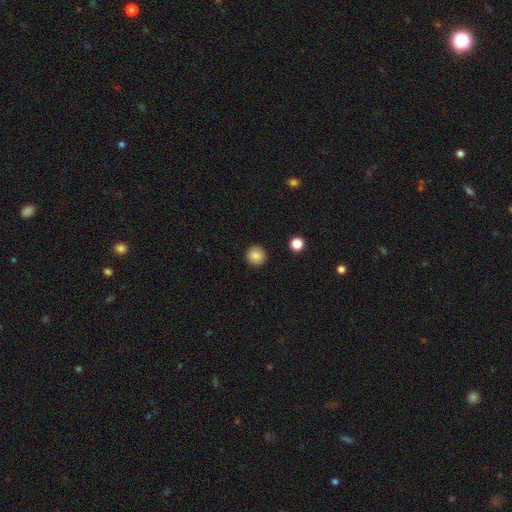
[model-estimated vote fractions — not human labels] A smooth galaxy with no disk features (86%) that is round (94%).

Vote fractions:
- Smooth or featured? smooth: 86% / star or artifact: 9% / featured or disk: 4%
- How rounded? round: 94% / in between: 5% / cigar-shaped: 1%
- Merging? none: 92% / minor disturbance: 5% / major disturbance: 2% / merger: 1%